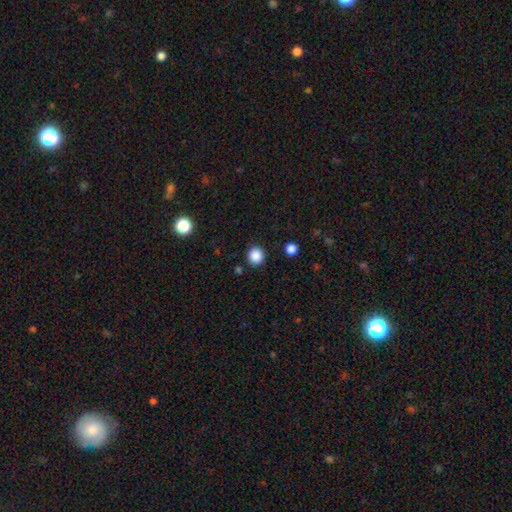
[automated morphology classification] This appears to be a smooth galaxy with no disk features (87%) that is round (87%). Merging: none (88%).